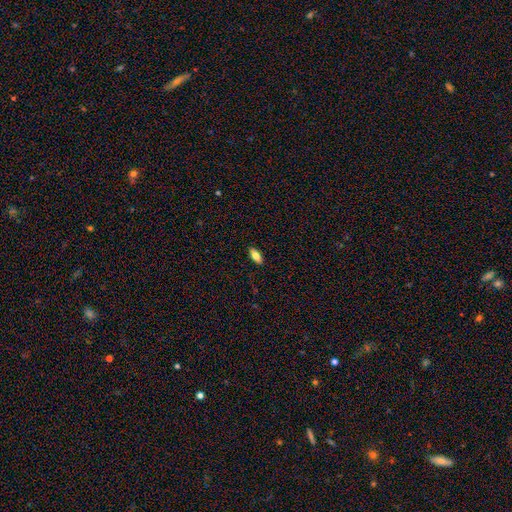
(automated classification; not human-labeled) Smooth or featured: smooth — 72% (featured or disk — 20%)
How rounded: in between — 79% (cigar-shaped — 18%)
Merging: none — 89% (minor disturbance — 8%)